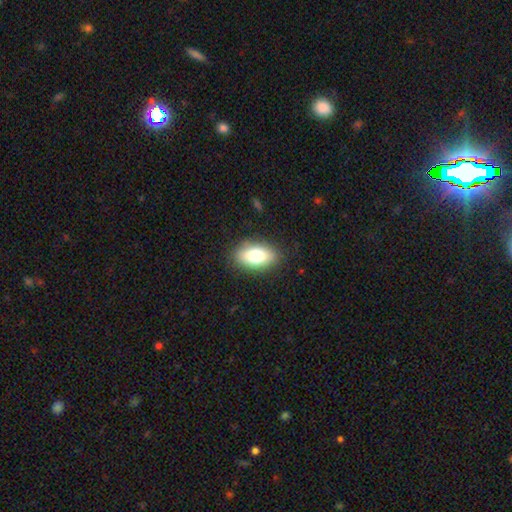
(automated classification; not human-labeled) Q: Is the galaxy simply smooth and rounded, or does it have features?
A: smooth — 78%.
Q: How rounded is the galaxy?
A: in between — 89%.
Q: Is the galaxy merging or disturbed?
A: none — 86%.